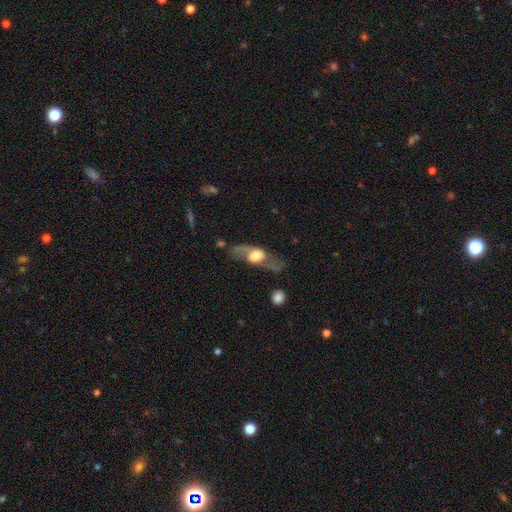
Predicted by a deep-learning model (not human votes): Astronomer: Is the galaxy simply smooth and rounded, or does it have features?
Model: featured or disk — 66%.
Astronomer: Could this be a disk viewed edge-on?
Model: no — 63%.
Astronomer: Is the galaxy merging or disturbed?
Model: none — 65%.